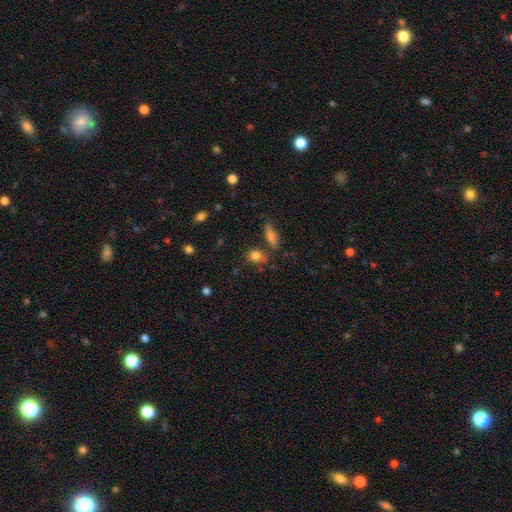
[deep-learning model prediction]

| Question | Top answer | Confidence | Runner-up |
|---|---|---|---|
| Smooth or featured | smooth | 81% | star or artifact (12%) |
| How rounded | round | 62% | in between (34%) |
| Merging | none | 66% | minor disturbance (15%) |